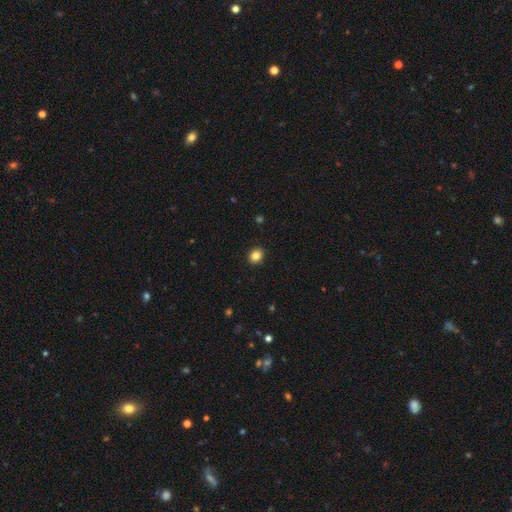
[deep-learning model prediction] This appears to be a smooth galaxy with no disk features (85%) that is round (61%). Merging: none (91%).